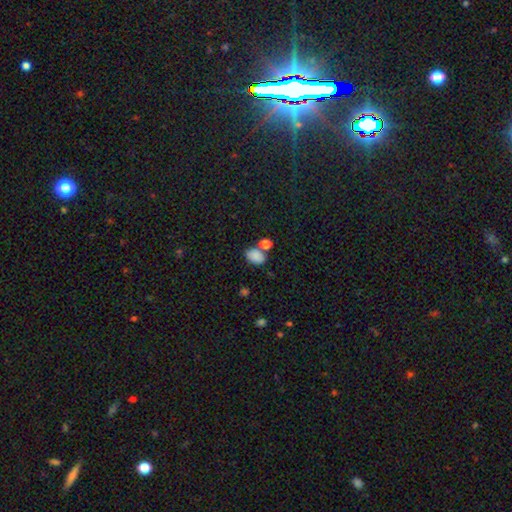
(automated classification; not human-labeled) Morphology: type=smooth (85%); roundness=in between (80%); merging=none (62%).